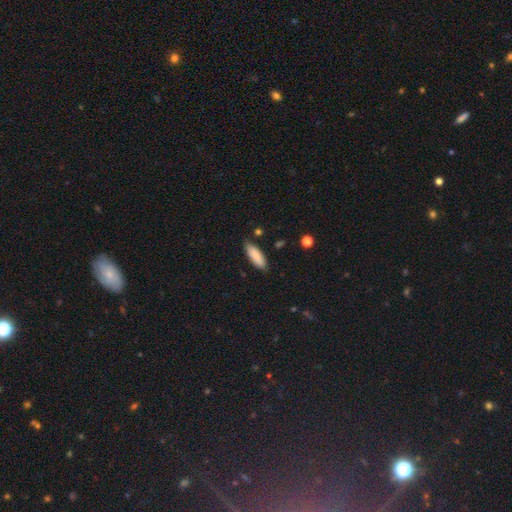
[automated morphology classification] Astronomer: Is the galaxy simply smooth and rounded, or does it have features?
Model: smooth — 87%.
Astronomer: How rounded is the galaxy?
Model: in between — 58% (runner-up: cigar-shaped, 40%).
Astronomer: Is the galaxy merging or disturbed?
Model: none — 83%.